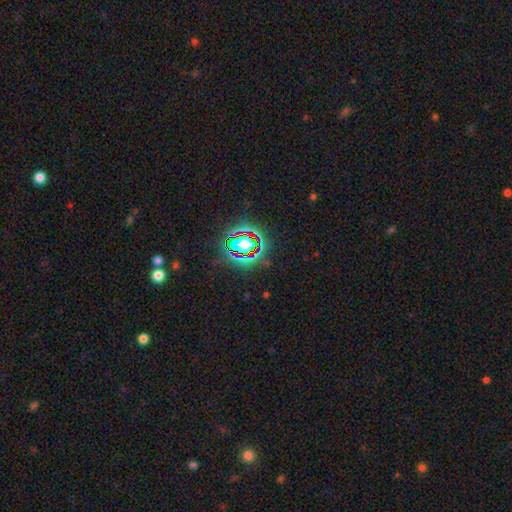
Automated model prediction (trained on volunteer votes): A star or artifact, not a galaxy (78%).